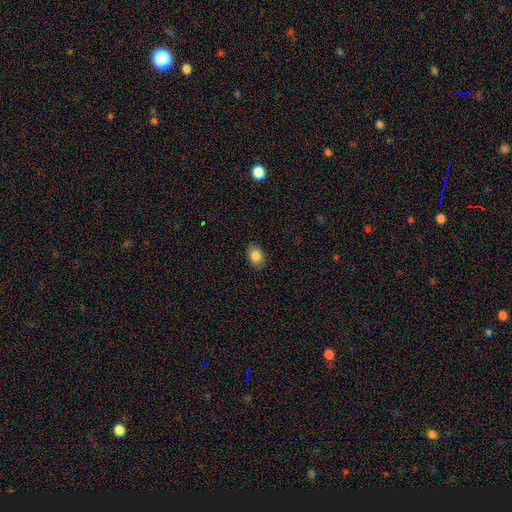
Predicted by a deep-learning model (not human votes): A smooth galaxy with no disk features (85%) that is in between round and cigar-shaped (74%). Merging: none (85%).